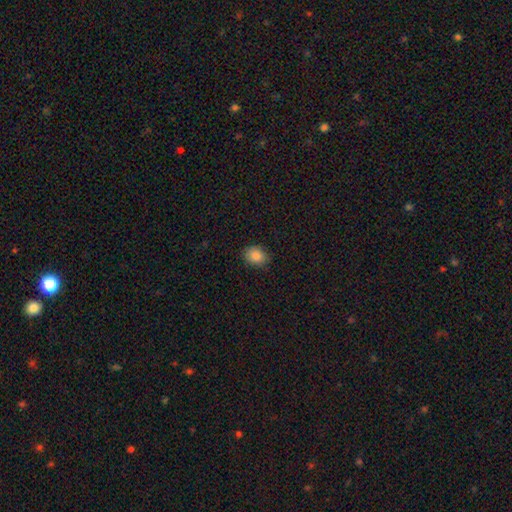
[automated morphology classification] type=smooth (87%); roundness=in between (59%); merging=none (84%).